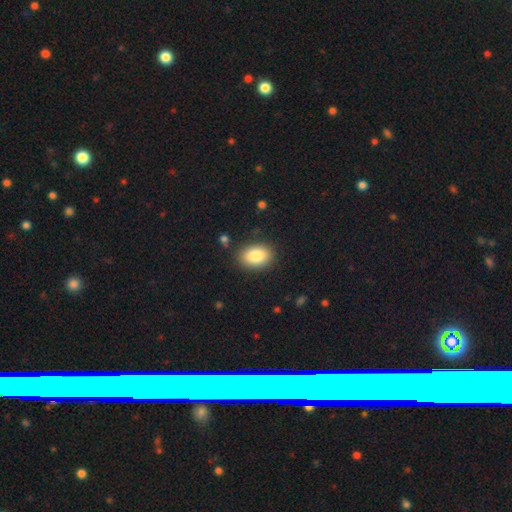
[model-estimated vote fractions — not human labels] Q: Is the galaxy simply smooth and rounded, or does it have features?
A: smooth — 86%.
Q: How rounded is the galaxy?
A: in between — 84%.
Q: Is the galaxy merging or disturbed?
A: none — 87%.